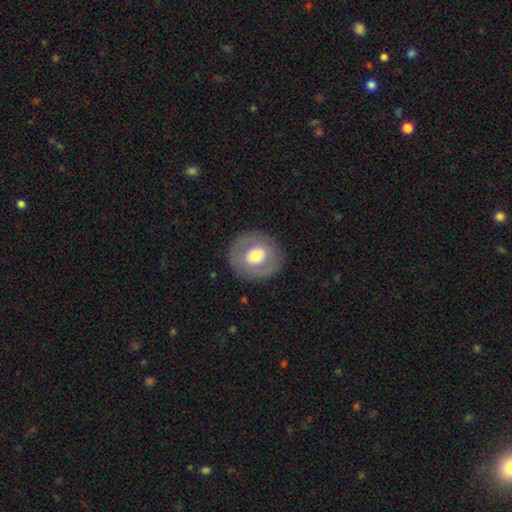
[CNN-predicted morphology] A smooth galaxy with no disk features (56%) that is round (79%).

Vote fractions:
- Smooth or featured? smooth: 56% / featured or disk: 37% / star or artifact: 7%
- How rounded? round: 79% / in between: 20% / cigar-shaped: 1%
- Merging? none: 85% / minor disturbance: 9% / major disturbance: 5% / merger: 1%